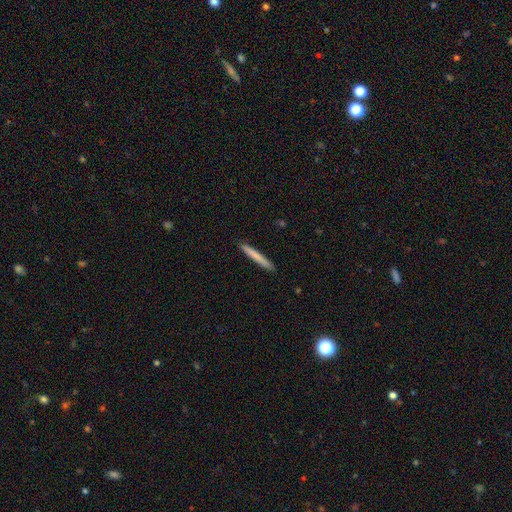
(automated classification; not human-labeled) smooth-or-featured: smooth: 75% | featured or disk: 20% | star or artifact: 5%
  how-rounded: cigar-shaped: 97% | in between: 2% | round: 1%
  merging: none: 92% | minor disturbance: 6% | major disturbance: 1% | merger: 1%